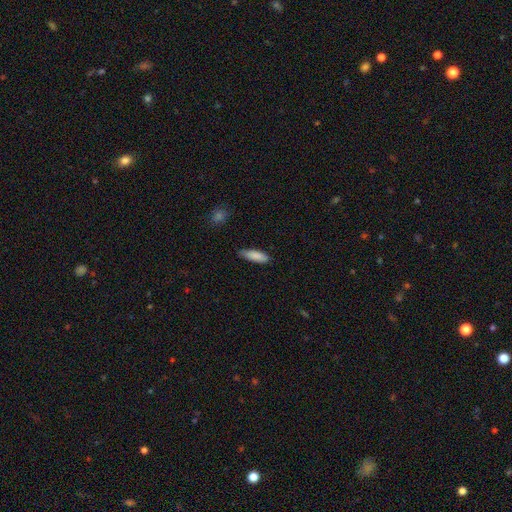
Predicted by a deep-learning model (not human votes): Q: Smooth or featured?
A: smooth (86%); runner-up: featured or disk (7%)
Q: How rounded?
A: cigar-shaped (50%); runner-up: in between (48%)
Q: Merging?
A: none (71%); runner-up: minor disturbance (25%)